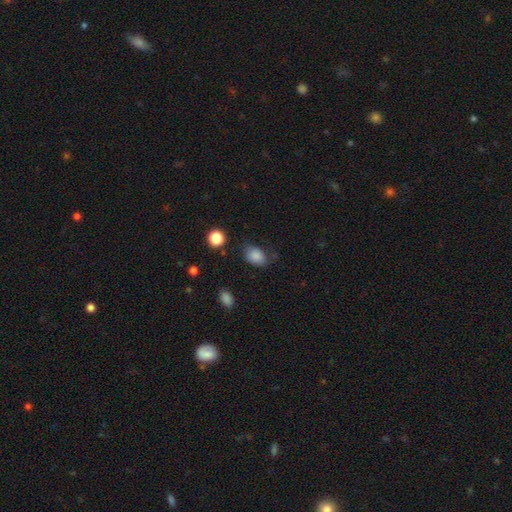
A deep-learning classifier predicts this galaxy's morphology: Overall: smooth (84%). How rounded: in between (78%). Merging: none (64%; minor disturbance 25%).